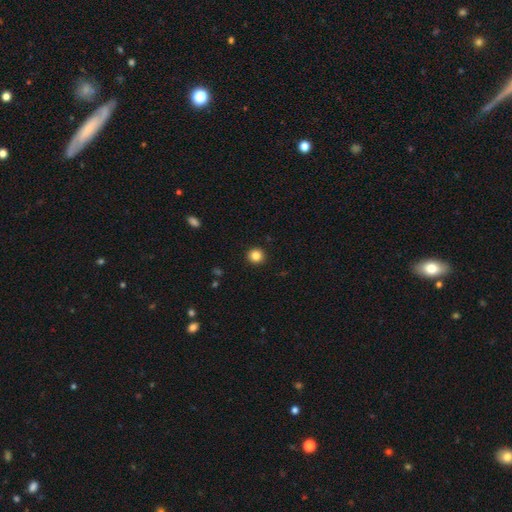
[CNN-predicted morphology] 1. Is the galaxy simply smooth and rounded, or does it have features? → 84% smooth, 11% star or artifact, 5% featured or disk.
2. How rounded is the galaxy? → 94% round, 6% in between, 1% cigar-shaped.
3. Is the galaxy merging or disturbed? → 93% none, 4% minor disturbance, 2% major disturbance, 1% merger.